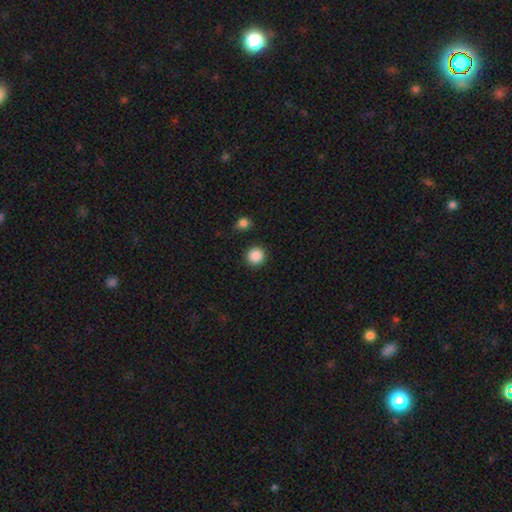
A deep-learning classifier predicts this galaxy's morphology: This appears to be a smooth galaxy with no disk features (88%) that is round (94%). Merging: none (90%).